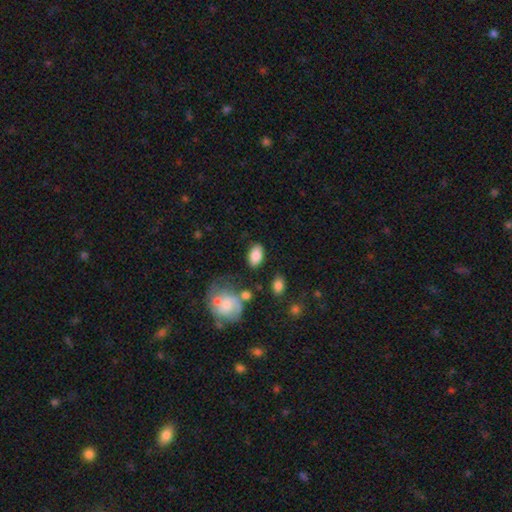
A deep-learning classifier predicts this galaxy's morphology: Overall: smooth (83%). How rounded: in between (91%). Merging: none (78%).